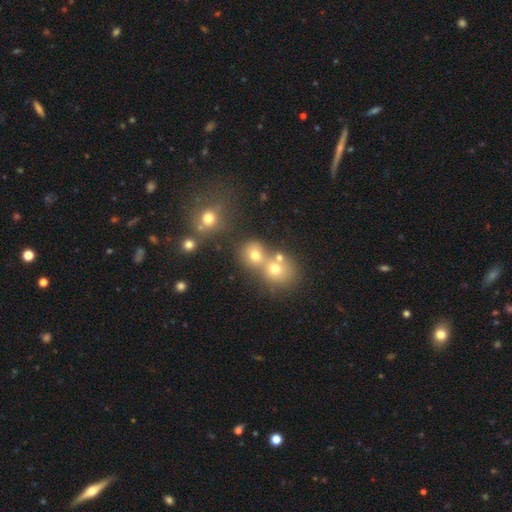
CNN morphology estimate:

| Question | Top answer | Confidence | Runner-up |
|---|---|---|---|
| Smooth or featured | smooth | 63% | star or artifact (22%) |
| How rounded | round | 79% | in between (20%) |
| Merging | merger | 48% | none (42%) |